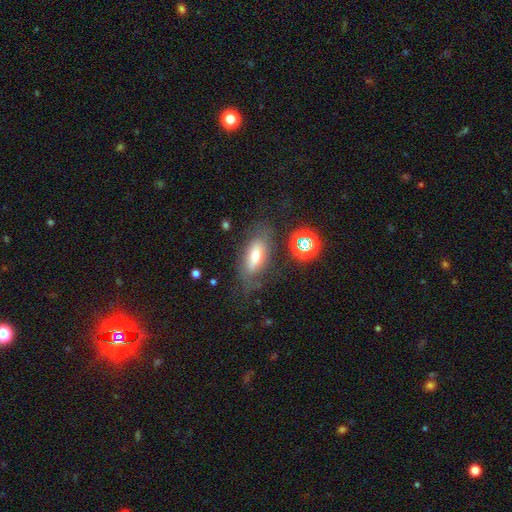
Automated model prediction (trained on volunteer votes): smooth 58%, featured or disk 30%, star or artifact 13%. Down the decision tree: how rounded — in between (79%); merging — none (66%).